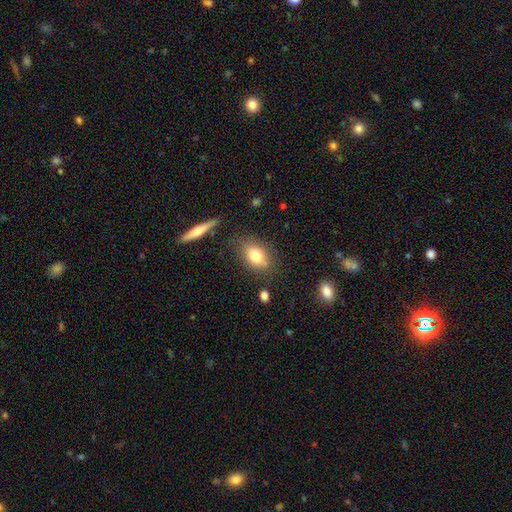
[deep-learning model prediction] Smooth or featured? smooth (79%)
How rounded? in between (80%)
Merging? none (76%)